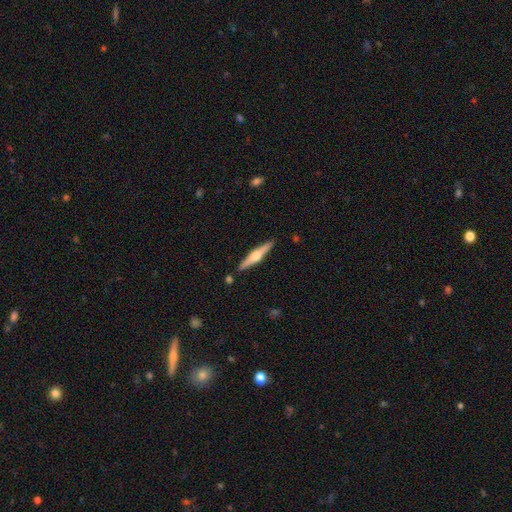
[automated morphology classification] smooth_or_featured: featured or disk (p=0.67) [alt: smooth p=0.28]
disk_edge_on: yes (p=0.98) [alt: no p=0.02]
edge_on_bulge: rounded (p=0.91) [alt: boxy p=0.06]
merging: none (p=0.89) [alt: minor disturbance p=0.07]